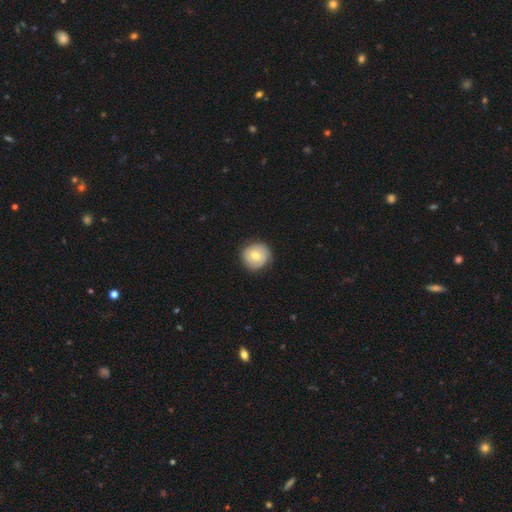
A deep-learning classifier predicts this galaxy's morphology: This is likely a smooth galaxy (67%). How rounded: clearly round (92%). Merging: clearly none (83%).